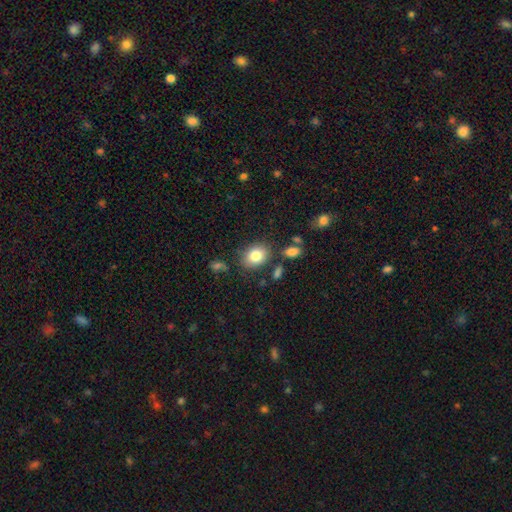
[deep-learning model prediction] Smooth or featured?
  - smooth: 81% *
  - featured or disk: 10%
  - star or artifact: 9%
How rounded?
  - in between: 60% *
  - round: 39%
  - cigar-shaped: 1%
Merging?
  - none: 78% *
  - minor disturbance: 12%
  - merger: 5%
  - major disturbance: 4%